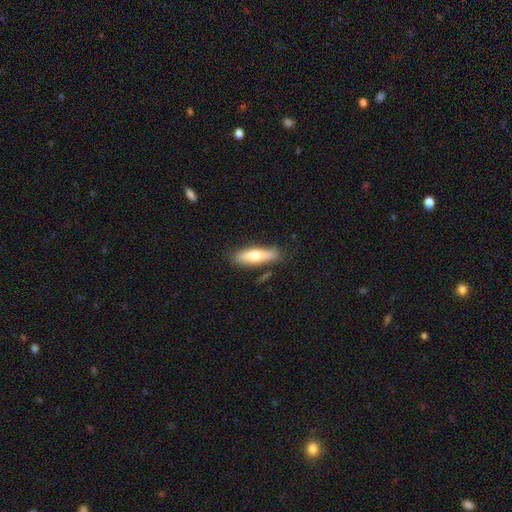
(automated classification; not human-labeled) smooth-or-featured: smooth: 64% | featured or disk: 30% | star or artifact: 6%
  how-rounded: cigar-shaped: 60% | in between: 38% | round: 2%
  merging: none: 78% | minor disturbance: 15% | merger: 4% | major disturbance: 3%